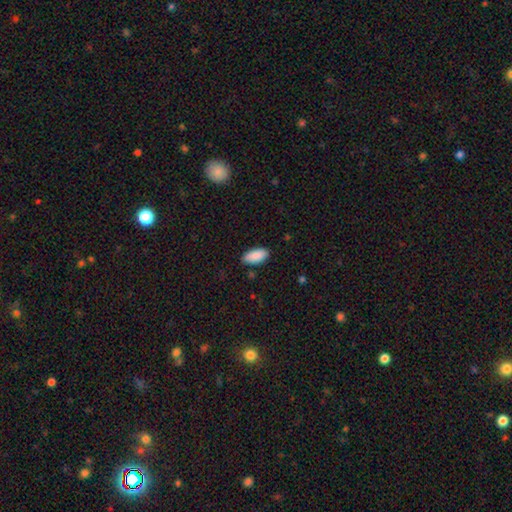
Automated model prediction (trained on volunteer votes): smooth 90%, star or artifact 6%, featured or disk 4%. Down the decision tree: how rounded — in between (92%); merging — none (87%).